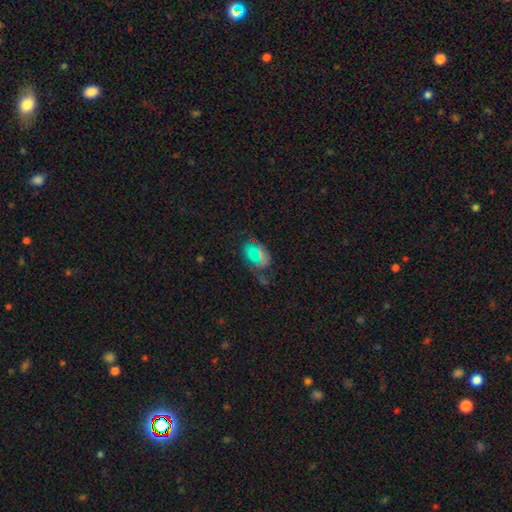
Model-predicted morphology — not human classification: A smooth galaxy with no disk features (56%) that is in between round and cigar-shaped (86%).

Vote fractions:
- Smooth or featured? smooth: 56% / star or artifact: 31% / featured or disk: 14%
- How rounded? in between: 86% / round: 10% / cigar-shaped: 3%
- Merging? none: 58% / minor disturbance: 22% / major disturbance: 12% / merger: 8%